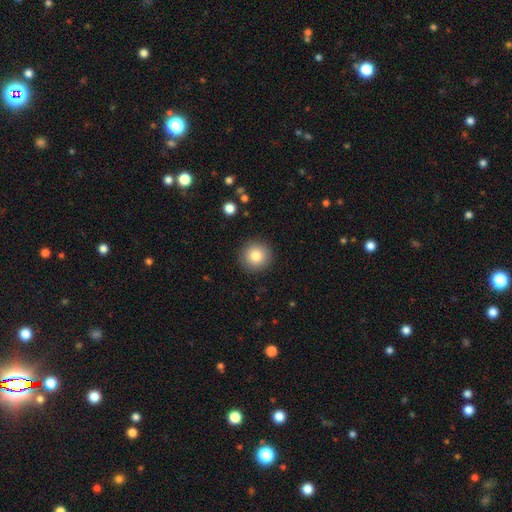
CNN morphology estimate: This appears to be a smooth galaxy with no disk features (82%) that is round (95%). Merging: none (90%).